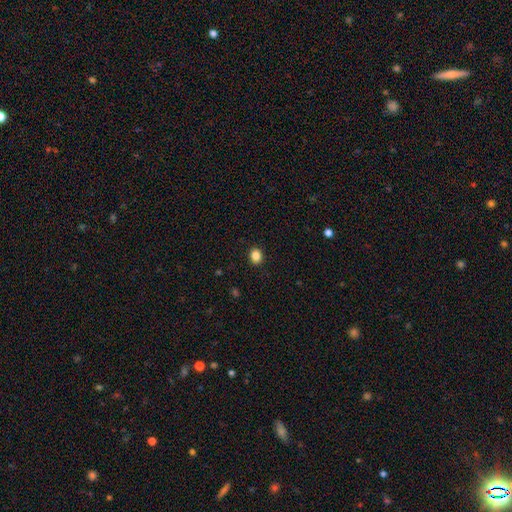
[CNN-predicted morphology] smooth-or-featured: smooth: 85% | star or artifact: 11% | featured or disk: 4%
  how-rounded: round: 66% | in between: 33% | cigar-shaped: 1%
  merging: none: 91% | minor disturbance: 6% | major disturbance: 2% | merger: 1%